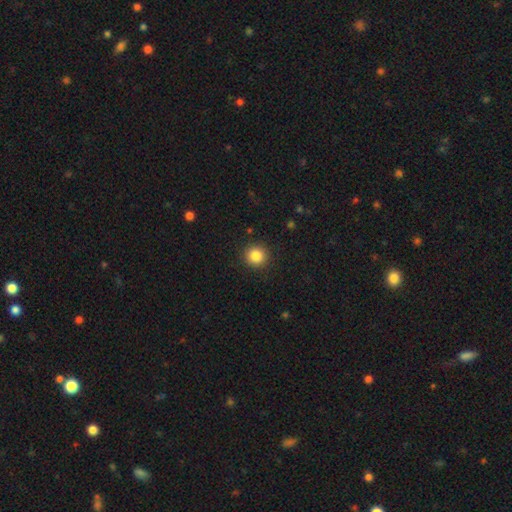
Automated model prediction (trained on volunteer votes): The model was most divided on "smooth or featured": smooth: 85%, star or artifact: 10%, featured or disk: 4%. More confident: how rounded — round (94%); merging — none (91%).